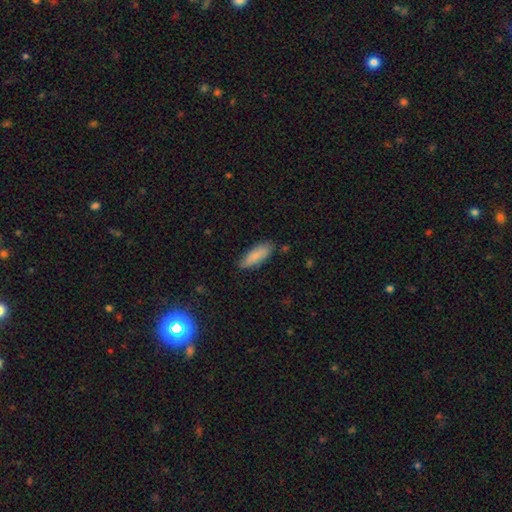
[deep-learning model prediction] smooth 83%, featured or disk 11%, star or artifact 6%. Down the decision tree: how rounded — in between (67%); merging — none (77%).